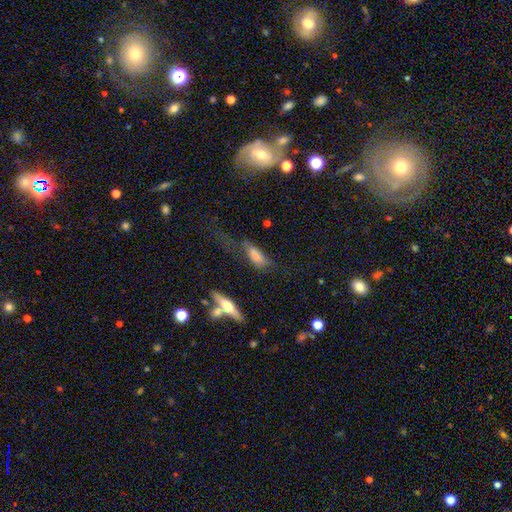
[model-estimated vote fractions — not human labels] The model was most divided on "merging": major disturbance: 33%, none: 31%, minor disturbance: 27%, merger: 9%. More confident: smooth or featured — smooth (74%); how rounded — in between (67%).